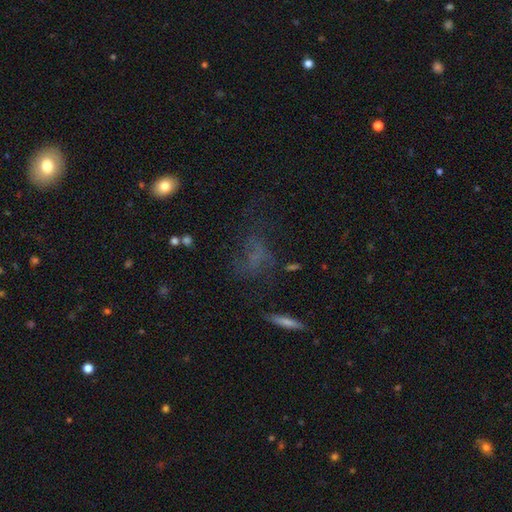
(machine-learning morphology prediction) smooth_or_featured: smooth (p=0.39) [alt: featured or disk p=0.34]
merging: none (p=0.47) [alt: major disturbance p=0.29]